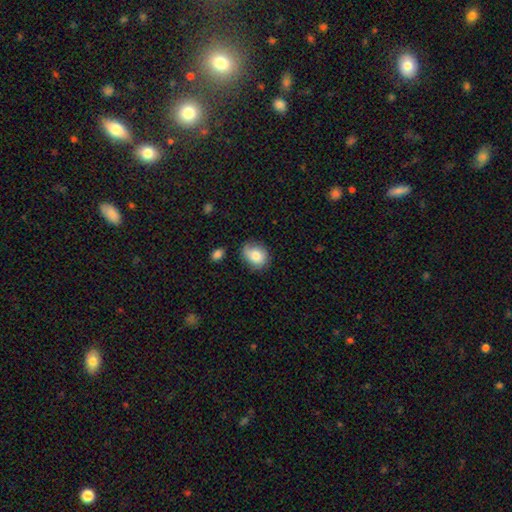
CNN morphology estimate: Smooth or featured? smooth (78%)
How rounded? in between (53%)
Merging? none (68%)